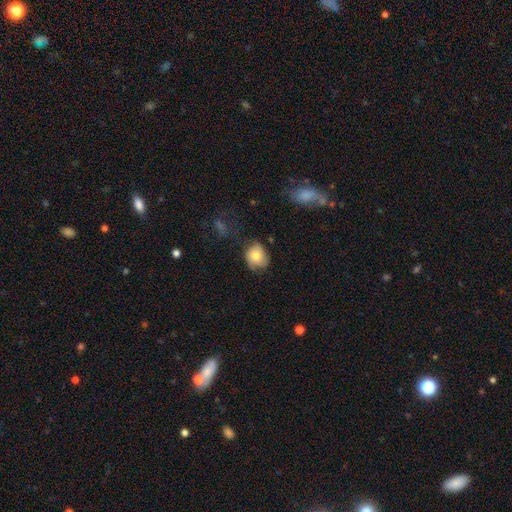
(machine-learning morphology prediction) A smooth galaxy with no disk features (68%) that is round (63%).

Vote fractions:
- Smooth or featured? smooth: 68% / featured or disk: 24% / star or artifact: 8%
- How rounded? round: 63% / in between: 36% / cigar-shaped: 1%
- Merging? none: 55% / minor disturbance: 31% / major disturbance: 12% / merger: 2%